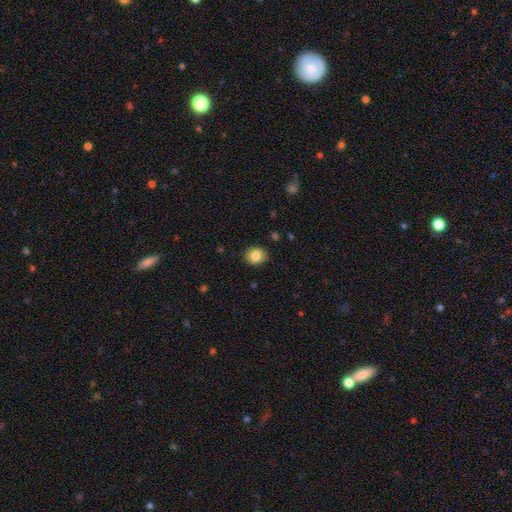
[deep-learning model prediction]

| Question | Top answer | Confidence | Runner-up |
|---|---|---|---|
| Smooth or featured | smooth | 83% | star or artifact (9%) |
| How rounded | round | 59% | in between (40%) |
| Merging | none | 88% | minor disturbance (9%) |